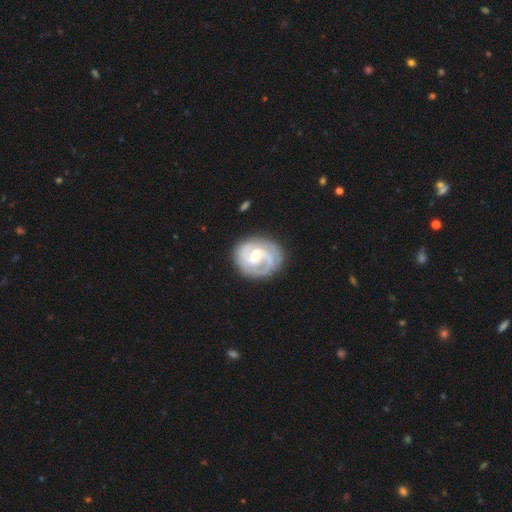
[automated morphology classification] Overall: featured or disk (88%). Edge-on disk: no (98%). Bar: weak (56%; no 29%). Spiral arms: yes (97%). Spiral arm count: 2 (81%). Spiral winding: medium (48%; tight 40%). Bulge size: moderate (55%; small 36%). Merging: none (80%).